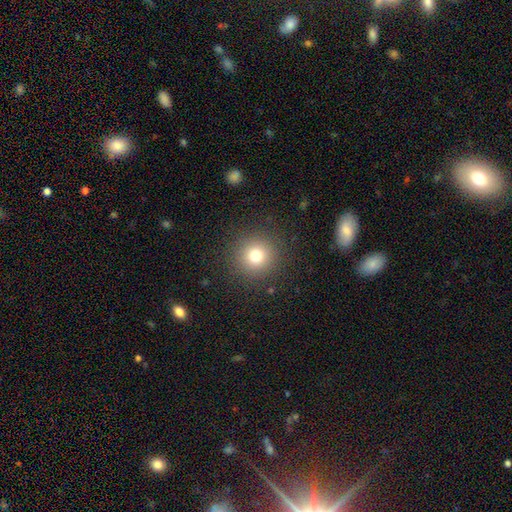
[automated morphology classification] Smooth or featured?
  - smooth: 76% *
  - star or artifact: 15%
  - featured or disk: 9%
How rounded?
  - round: 95% *
  - in between: 5%
  - cigar-shaped: 1%
Merging?
  - none: 90% *
  - minor disturbance: 6%
  - major disturbance: 3%
  - merger: 1%